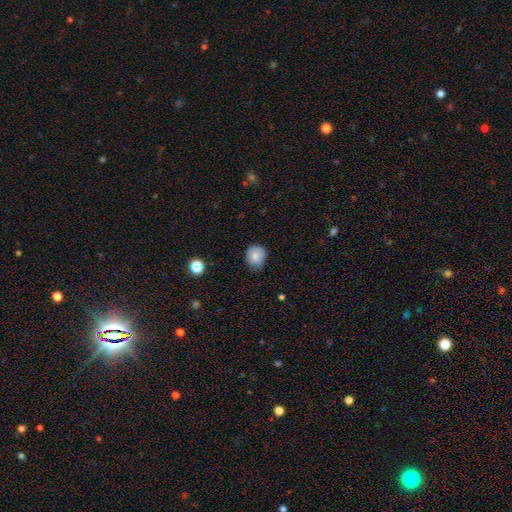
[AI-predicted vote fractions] Smooth or featured? smooth (83%)
How rounded? round (79%)
Merging? none (73%)